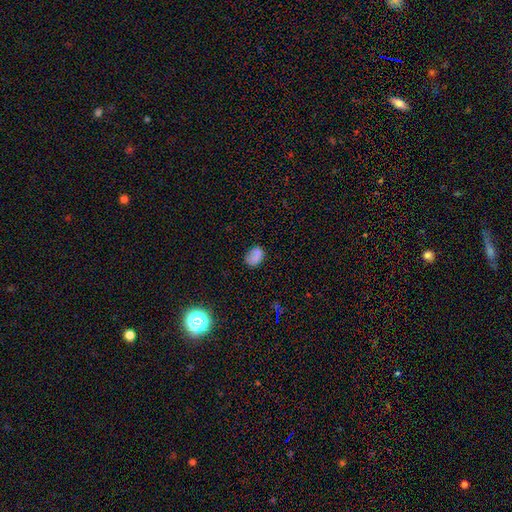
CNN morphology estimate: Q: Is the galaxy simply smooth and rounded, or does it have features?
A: smooth — 76%.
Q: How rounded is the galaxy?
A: in between — 73%.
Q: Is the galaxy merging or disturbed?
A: none — 70%.